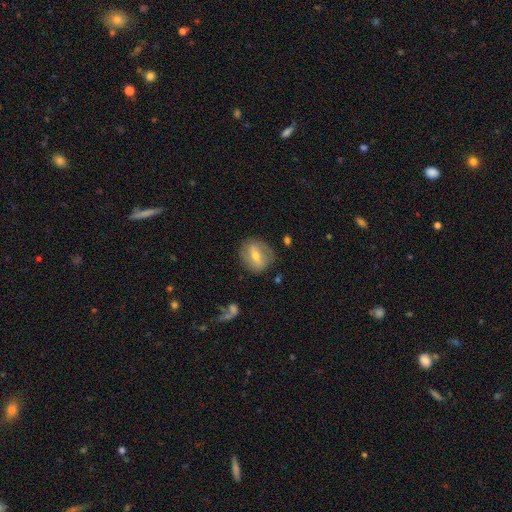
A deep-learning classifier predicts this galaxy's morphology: The model was most divided on "smooth or featured": featured or disk: 47%, smooth: 45%, star or artifact: 8%. More confident: merging — none (79%).